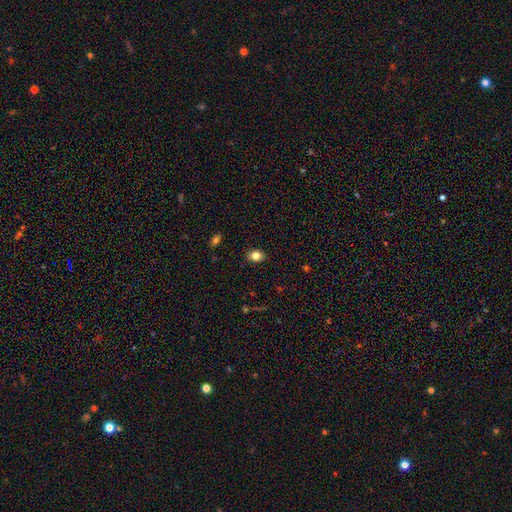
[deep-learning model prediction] This is clearly a smooth galaxy (81%). How rounded: likely in between (64%). Merging: clearly none (88%).